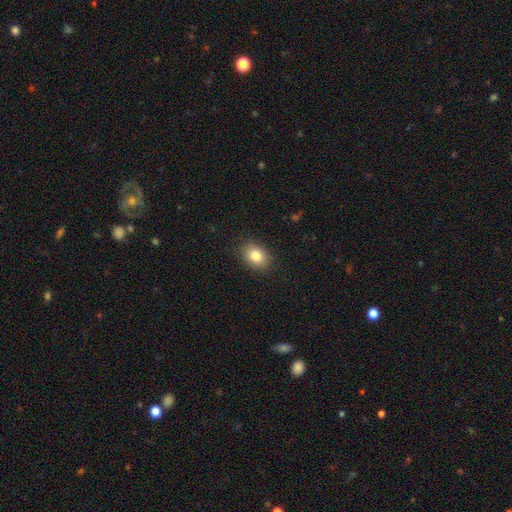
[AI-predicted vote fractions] This appears to be a smooth galaxy with no disk features (83%) that is in between round and cigar-shaped (74%). Merging: none (88%).